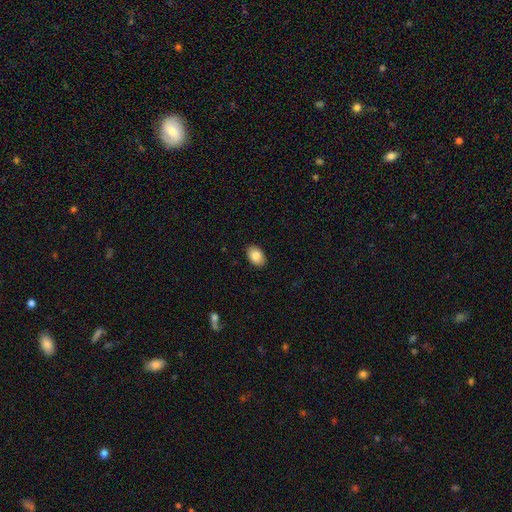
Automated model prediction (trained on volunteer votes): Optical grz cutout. It shows a smooth galaxy with no disk features (87%) that is in between round and cigar-shaped (86%). Merging: none (88%).